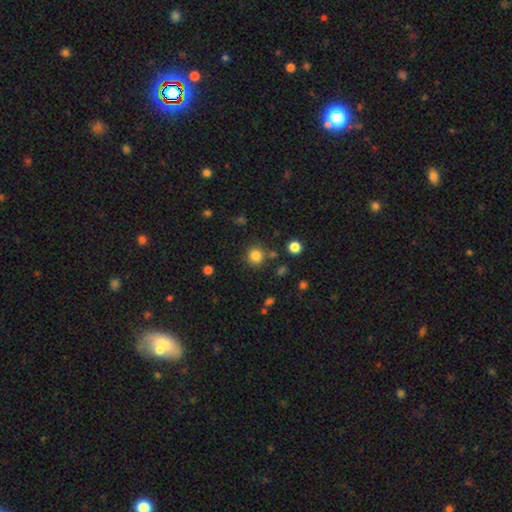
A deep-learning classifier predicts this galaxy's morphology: The model was most divided on "smooth or featured": smooth: 82%, star or artifact: 13%, featured or disk: 5%. More confident: how rounded — round (93%); merging — none (83%).